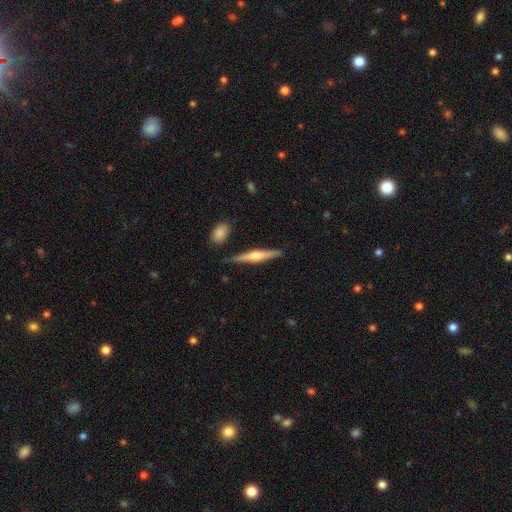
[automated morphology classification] The model was most divided on "smooth or featured": featured or disk: 64%, smooth: 30%, star or artifact: 6%. More confident: edge-on disk — yes (97%); edge-on bulge — rounded (86%); merging — none (86%).